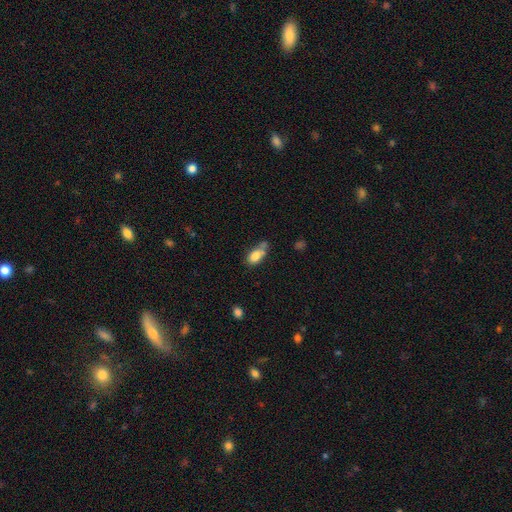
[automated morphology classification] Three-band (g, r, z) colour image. It shows a smooth galaxy with no disk features (80%) that is in between round and cigar-shaped (86%). Merging: none (39%).